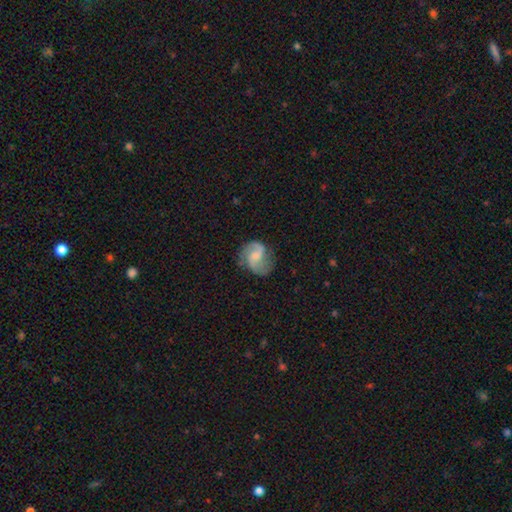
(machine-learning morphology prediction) smooth-or-featured: featured or disk: 75% | smooth: 19% | star or artifact: 6%
  disk-edge-on: no: 98% | yes: 2%
    bar: weak: 46% | no: 45% | strong: 9%
    has-spiral-arms: yes: 94% | no: 6%
      spiral-winding: medium: 47% | loose: 38% | tight: 14%
      spiral-arm-count: 2: 87% | can't tell: 5% | 1: 4% | 3: 2% | 4: 1% | more than 4: 1%
    bulge-size: moderate: 32% | small: 30% | none: 28% | large: 8% | dominant: 1%
  merging: none: 65% | minor disturbance: 22% | major disturbance: 12% | merger: 2%